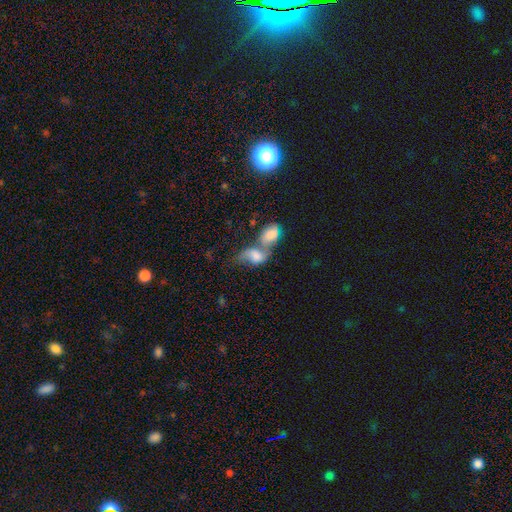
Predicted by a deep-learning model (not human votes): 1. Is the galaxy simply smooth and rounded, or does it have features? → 60% smooth, 30% featured or disk, 10% star or artifact.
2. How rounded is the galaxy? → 81% in between, 15% round, 3% cigar-shaped.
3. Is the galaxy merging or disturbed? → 79% merger, 9% none, 7% major disturbance, 5% minor disturbance.